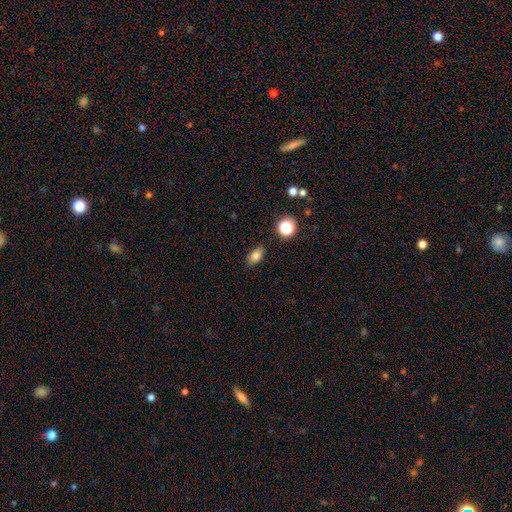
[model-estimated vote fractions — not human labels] Q: Smooth or featured?
A: smooth (80%); runner-up: star or artifact (12%)
Q: How rounded?
A: in between (85%); runner-up: round (11%)
Q: Merging?
A: none (86%); runner-up: minor disturbance (10%)